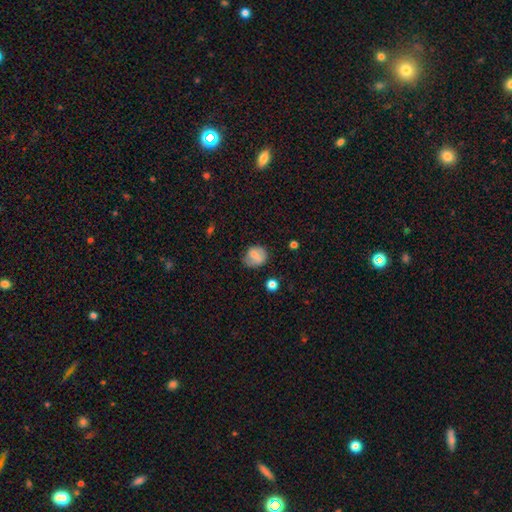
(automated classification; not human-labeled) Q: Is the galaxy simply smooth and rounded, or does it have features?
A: smooth — 68%.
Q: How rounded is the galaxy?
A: round — 65%.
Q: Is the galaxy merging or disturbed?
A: none — 68%.